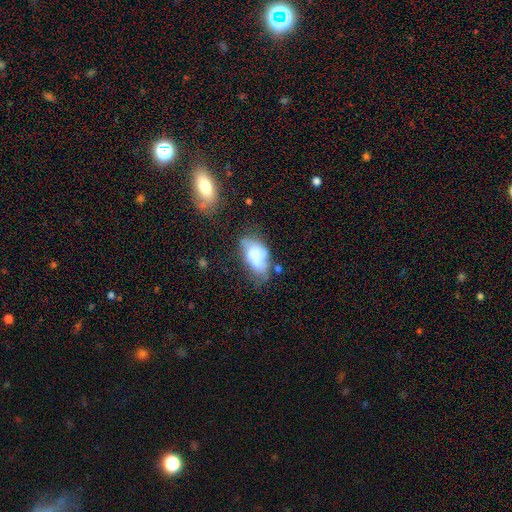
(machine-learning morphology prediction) The model was most divided on "merging": minor disturbance: 32%, none: 30%, major disturbance: 25%, merger: 13%. More confident: how rounded — in between (92%); smooth or featured — smooth (60%).